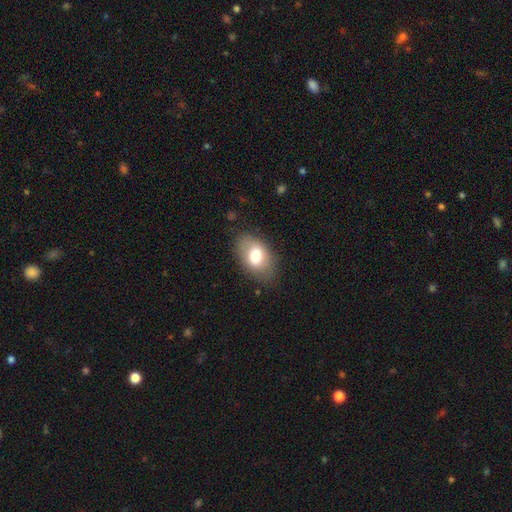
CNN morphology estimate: This is likely a smooth galaxy (73%). How rounded: clearly in between (88%). Merging: likely none (78%).